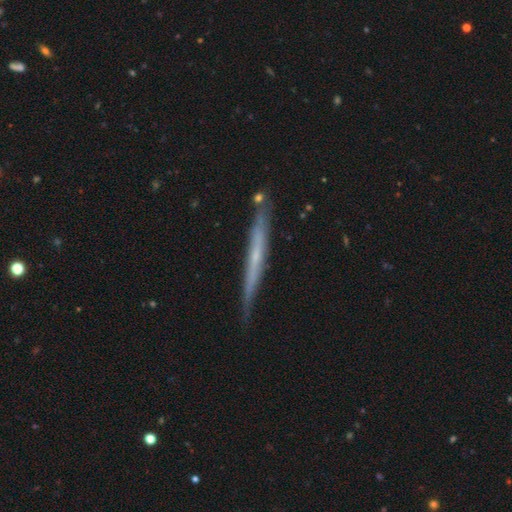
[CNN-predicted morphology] Q: Smooth or featured?
A: featured or disk (61%); runner-up: smooth (33%)
Q: Edge-on disk?
A: yes (95%); runner-up: no (5%)
Q: Edge-on bulge?
A: none (75%); runner-up: rounded (21%)
Q: Merging?
A: none (82%); runner-up: minor disturbance (13%)